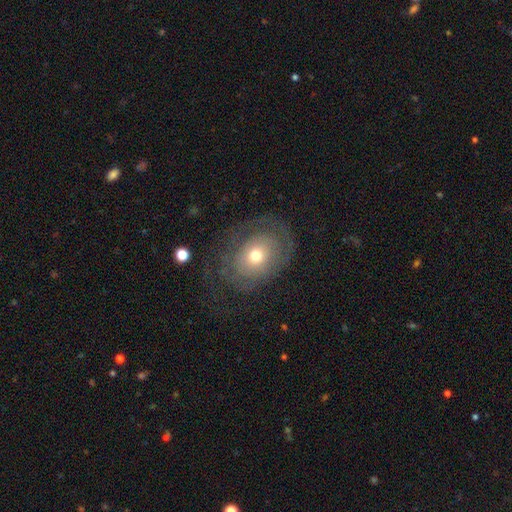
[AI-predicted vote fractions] A featured or disk galaxy (52%).

Vote fractions:
- Smooth or featured? featured or disk: 52% / smooth: 38% / star or artifact: 10%
- Edge-on disk? no: 95% / yes: 5%
- Merging? none: 62% / major disturbance: 19% / minor disturbance: 17% / merger: 2%